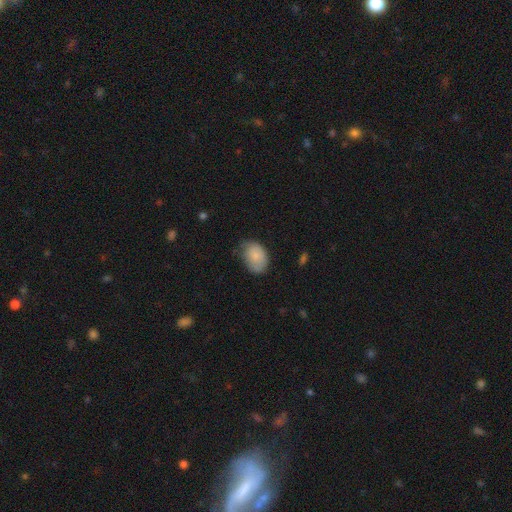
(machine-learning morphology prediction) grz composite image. It shows a smooth galaxy with no disk features (82%) that is in between round and cigar-shaped (80%). Merging: none (55%).